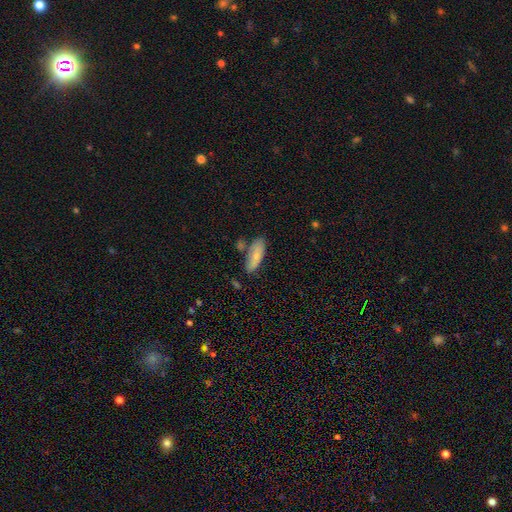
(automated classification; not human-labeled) Smooth or featured? Predicted: smooth (p=0.78). How rounded? Predicted: in between (p=0.66). Merging? Predicted: none (p=0.71).